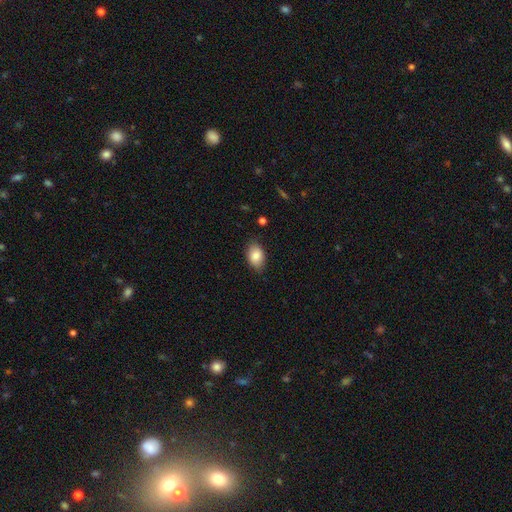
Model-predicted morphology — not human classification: Q: Smooth or featured?
A: smooth (84%); runner-up: featured or disk (9%)
Q: How rounded?
A: in between (85%); runner-up: round (13%)
Q: Merging?
A: none (81%); runner-up: minor disturbance (15%)